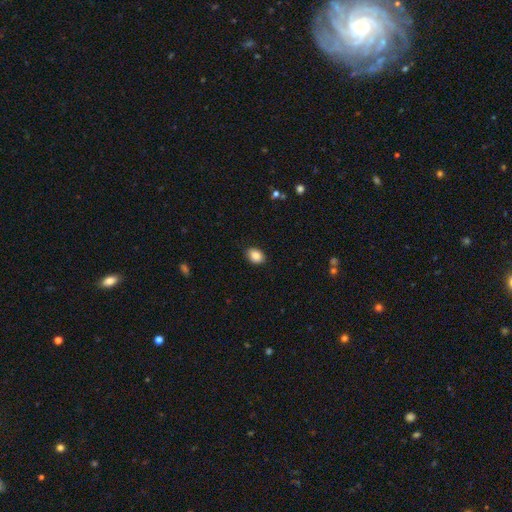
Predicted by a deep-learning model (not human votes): Q: Smooth or featured?
A: smooth (88%); runner-up: star or artifact (8%)
Q: How rounded?
A: in between (74%); runner-up: round (25%)
Q: Merging?
A: none (89%); runner-up: minor disturbance (8%)